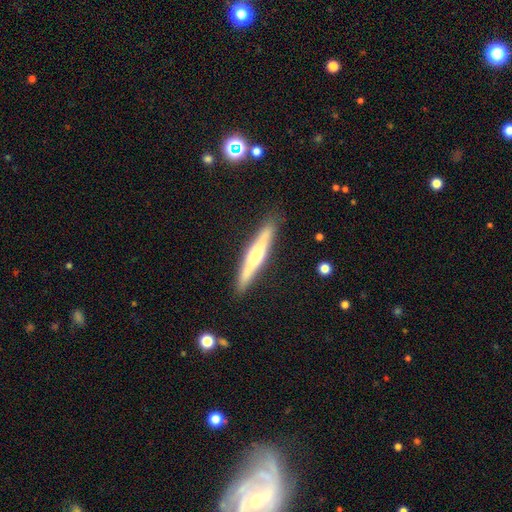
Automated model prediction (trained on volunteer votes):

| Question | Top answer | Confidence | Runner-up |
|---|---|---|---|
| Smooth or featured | featured or disk | 56% | smooth (39%) |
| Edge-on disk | yes | 93% | no (7%) |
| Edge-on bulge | rounded | 71% | none (20%) |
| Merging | none | 87% | minor disturbance (10%) |